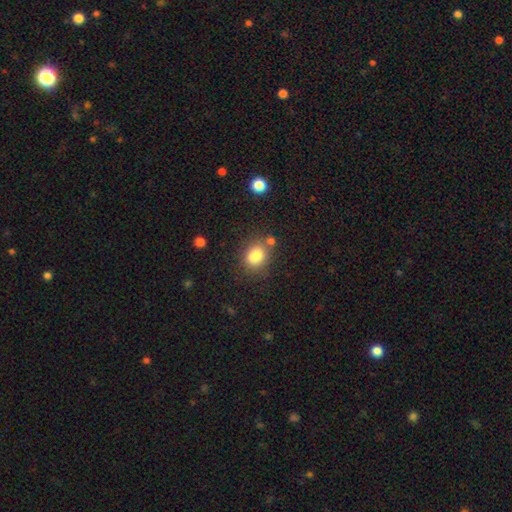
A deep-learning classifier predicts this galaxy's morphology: type=smooth (84%); roundness=in between (56%); merging=none (66%).